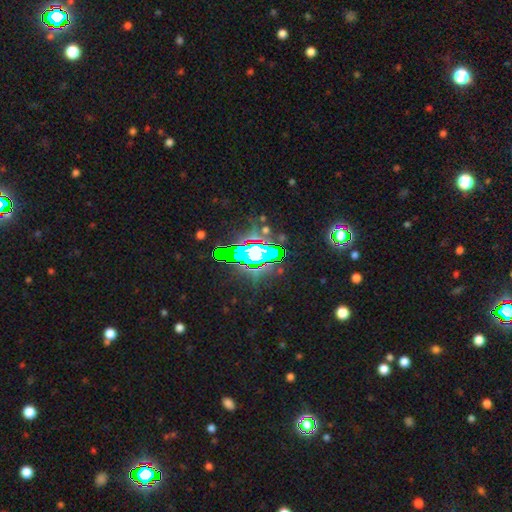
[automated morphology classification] This is likely a star or artifact rather than a galaxy (67%).